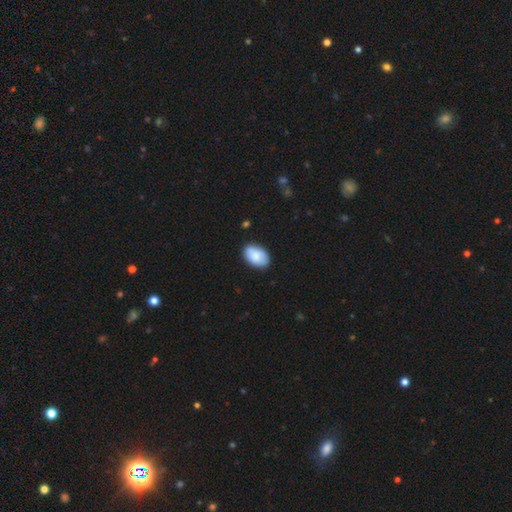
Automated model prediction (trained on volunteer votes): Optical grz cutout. It shows a smooth galaxy with no disk features (83%) that is in between round and cigar-shaped (90%). Merging: none (79%).